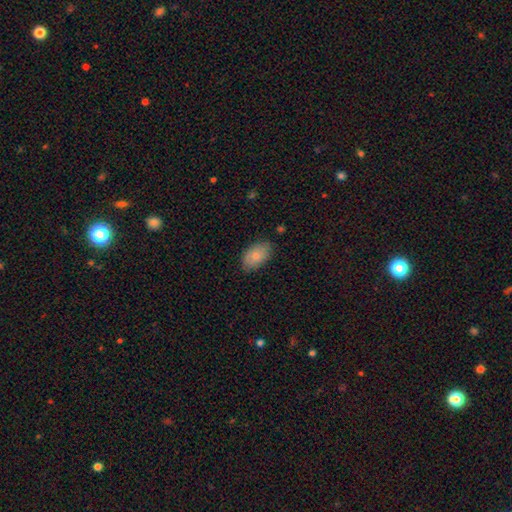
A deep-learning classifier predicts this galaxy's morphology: smooth 82%, featured or disk 12%, star or artifact 7%. Down the decision tree: how rounded — in between (92%); merging — none (79%).